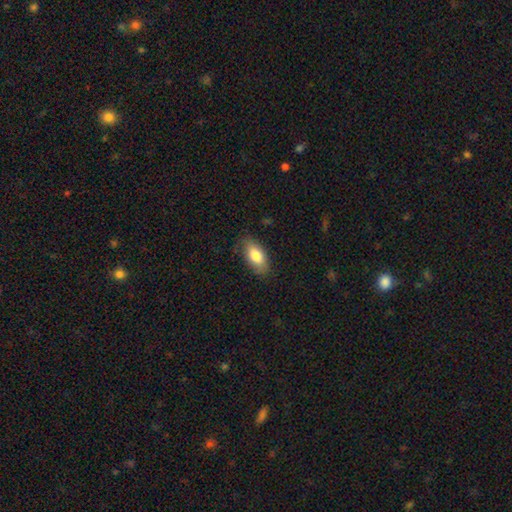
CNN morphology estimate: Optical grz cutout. It shows a smooth galaxy with no disk features (80%) that is in between round and cigar-shaped (88%). Merging: none (79%).